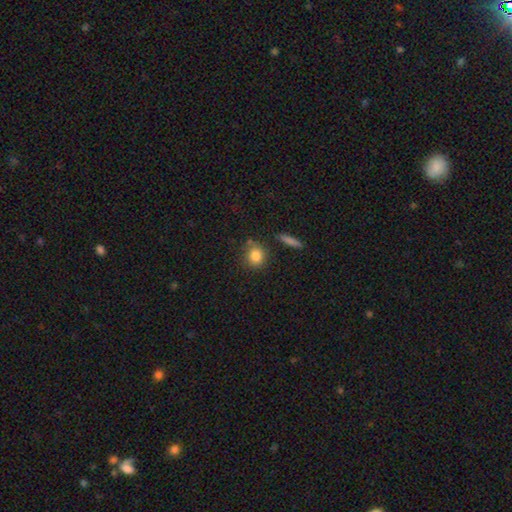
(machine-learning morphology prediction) A smooth galaxy with no disk features (84%) that is round (77%).

Vote fractions:
- Smooth or featured? smooth: 84% / star or artifact: 9% / featured or disk: 7%
- How rounded? round: 77% / in between: 21% / cigar-shaped: 2%
- Merging? none: 77% / minor disturbance: 13% / merger: 6% / major disturbance: 4%